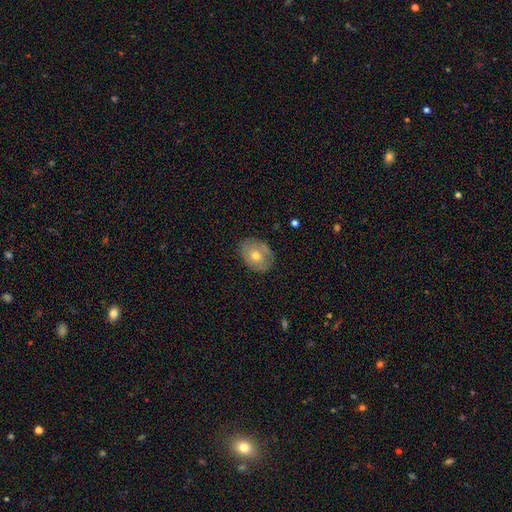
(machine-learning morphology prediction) This appears to be a smooth galaxy with no disk features (60%) that is in between round and cigar-shaped (66%). Merging: none (78%).